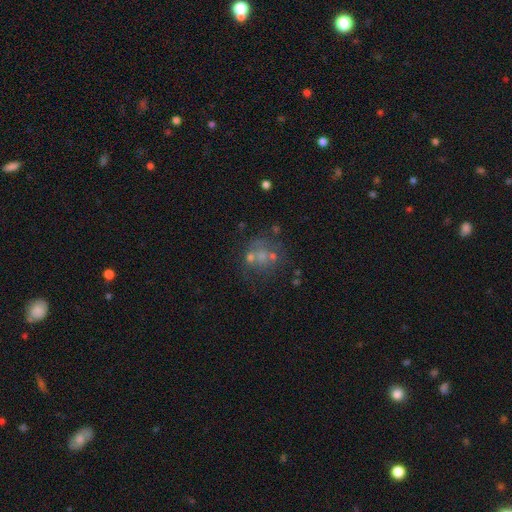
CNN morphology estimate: type=featured or disk (41%); merging=none (46%).